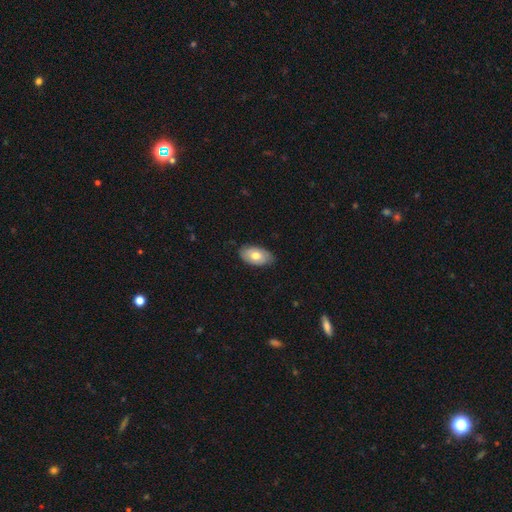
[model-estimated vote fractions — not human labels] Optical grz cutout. It shows a smooth galaxy with no disk features (65%) that is in between round and cigar-shaped (93%). Merging: none (79%).